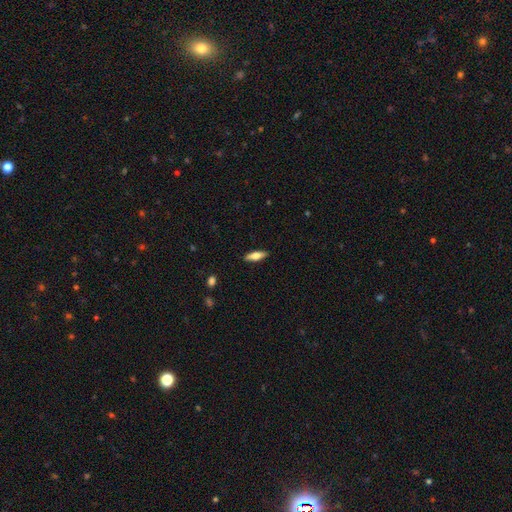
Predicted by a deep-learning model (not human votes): Overall: smooth (63%; featured or disk 30%). How rounded: cigar-shaped (51%; in between 47%). Merging: none (89%).